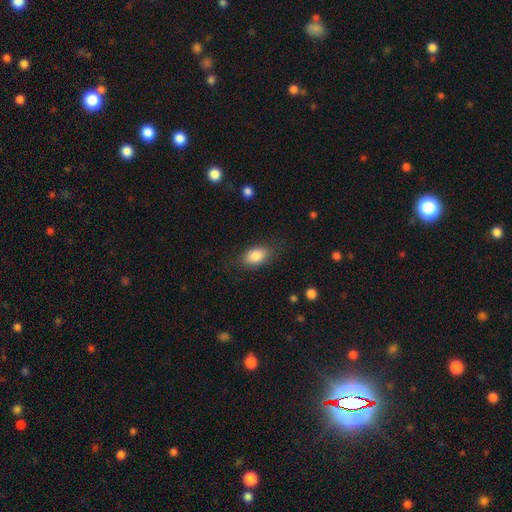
Smooth or featured? 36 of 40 (90%) said smooth. How rounded? 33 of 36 (92%) said in between. Merging? 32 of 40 (80%) said none.